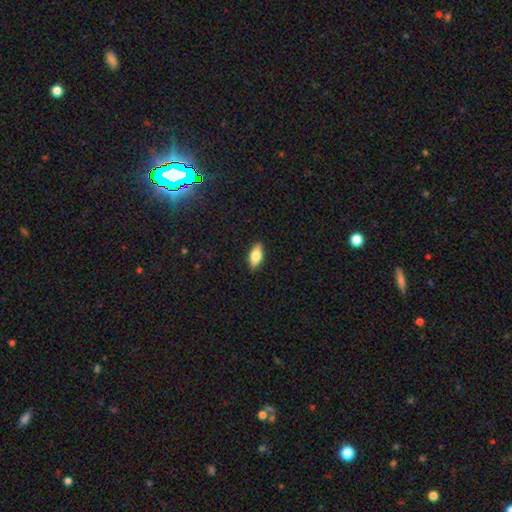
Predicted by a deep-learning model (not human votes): smooth-or-featured: smooth: 69% | featured or disk: 23% | star or artifact: 7%
  how-rounded: in between: 84% | cigar-shaped: 12% | round: 4%
  merging: none: 88% | minor disturbance: 9% | major disturbance: 2% | merger: 1%